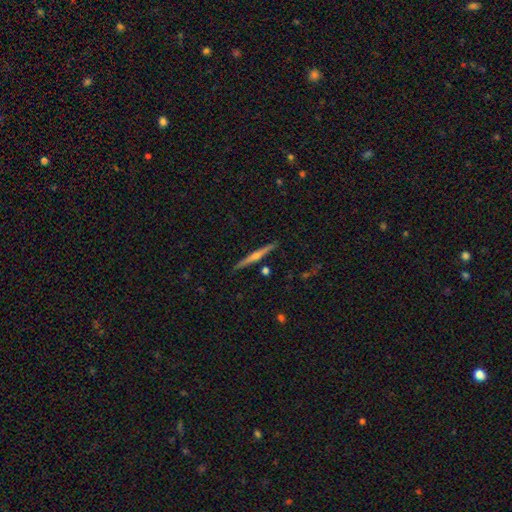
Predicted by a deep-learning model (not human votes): smooth_or_featured: featured or disk (p=0.67) [alt: smooth p=0.26]
disk_edge_on: yes (p=0.98) [alt: no p=0.02]
edge_on_bulge: rounded (p=0.78) [alt: none p=0.16]
merging: none (p=0.90) [alt: minor disturbance p=0.07]